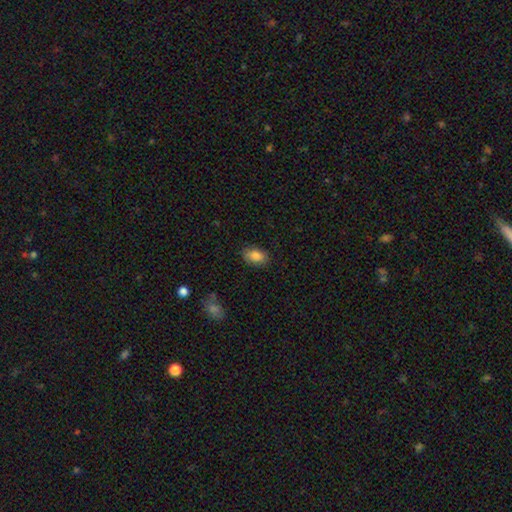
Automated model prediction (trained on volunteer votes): Smooth or featured: smooth — 85% (star or artifact — 8%)
How rounded: in between — 87% (round — 12%)
Merging: none — 81% (minor disturbance — 15%)